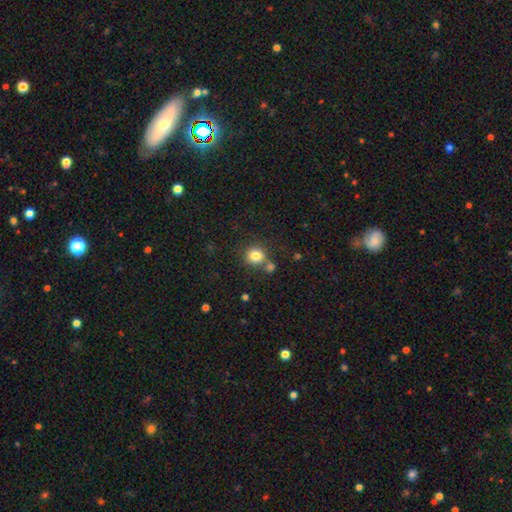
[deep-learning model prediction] Smooth or featured?
  - smooth: 82% *
  - star or artifact: 11%
  - featured or disk: 7%
How rounded?
  - round: 89% *
  - in between: 10%
  - cigar-shaped: 1%
Merging?
  - none: 66% *
  - merger: 21%
  - minor disturbance: 10%
  - major disturbance: 3%